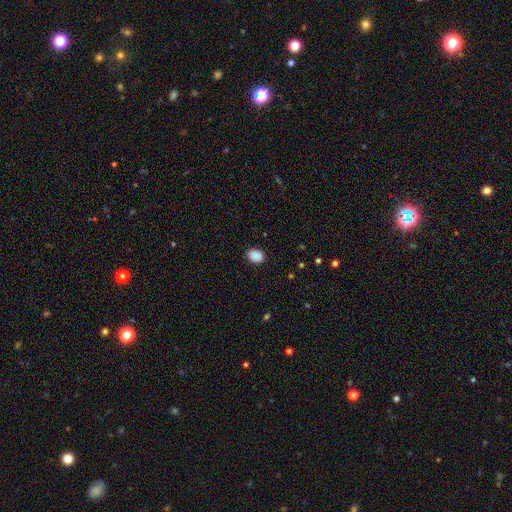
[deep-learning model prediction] Smooth or featured? smooth (89%)
How rounded? in between (66%)
Merging? none (88%)